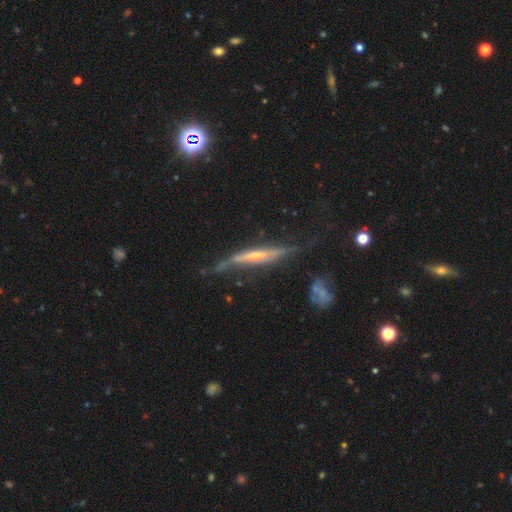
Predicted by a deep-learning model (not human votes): Q: Smooth or featured?
A: featured or disk (71%); runner-up: smooth (22%)
Q: Edge-on disk?
A: yes (86%); runner-up: no (14%)
Q: Edge-on bulge?
A: rounded (45%); runner-up: none (43%)
Q: Merging?
A: none (53%); runner-up: minor disturbance (28%)